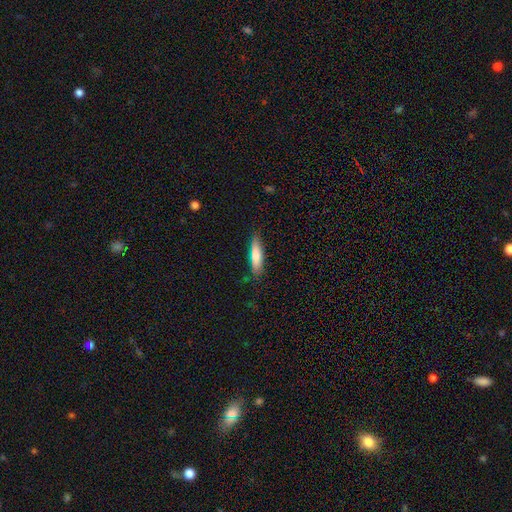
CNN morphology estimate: smooth_or_featured: smooth (p=0.75) [alt: featured or disk p=0.19]
how_rounded: cigar-shaped (p=0.70) [alt: in between p=0.28]
merging: none (p=0.83) [alt: minor disturbance p=0.13]